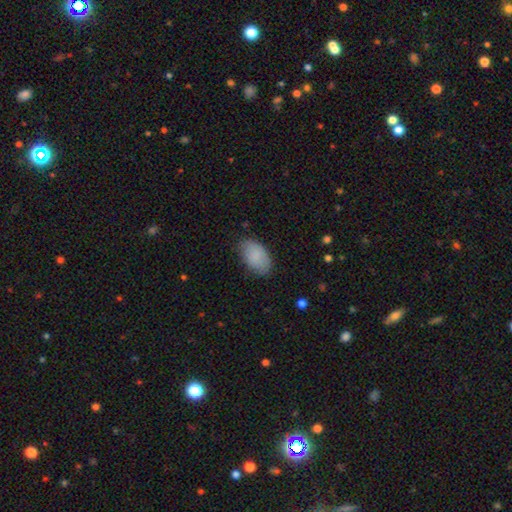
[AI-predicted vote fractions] smooth 88%, star or artifact 6%, featured or disk 6%. Down the decision tree: how rounded — in between (93%); merging — none (78%).